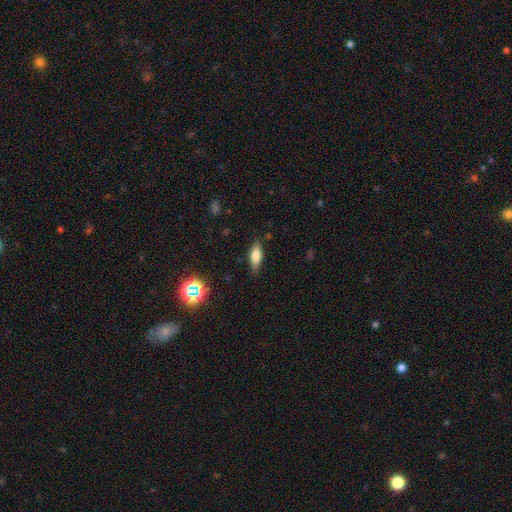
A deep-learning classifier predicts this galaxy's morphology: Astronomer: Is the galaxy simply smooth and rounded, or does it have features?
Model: smooth — 69%.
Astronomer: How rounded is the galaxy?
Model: in between — 62%.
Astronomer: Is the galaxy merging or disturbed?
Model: none — 84%.